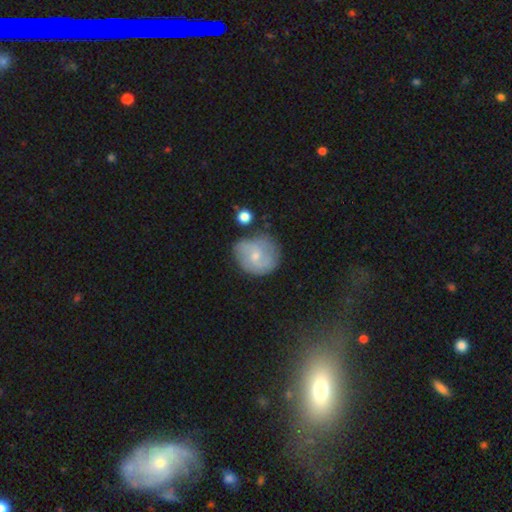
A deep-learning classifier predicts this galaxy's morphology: Smooth or featured: featured or disk — 54% (smooth — 39%)
Edge-on disk: no — 97% (yes — 3%)
Bar: no — 55% (weak — 39%)
Spiral arms: yes — 76% (no — 24%)
Bulge size: small — 61% (moderate — 33%)
Merging: none — 61% (minor disturbance — 25%)